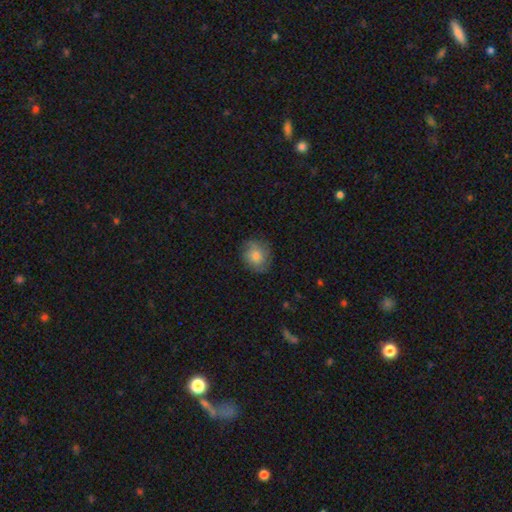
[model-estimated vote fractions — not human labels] smooth_or_featured: smooth (p=0.65) [alt: featured or disk p=0.26]
how_rounded: round (p=0.75) [alt: in between p=0.23]
merging: none (p=0.77) [alt: minor disturbance p=0.17]